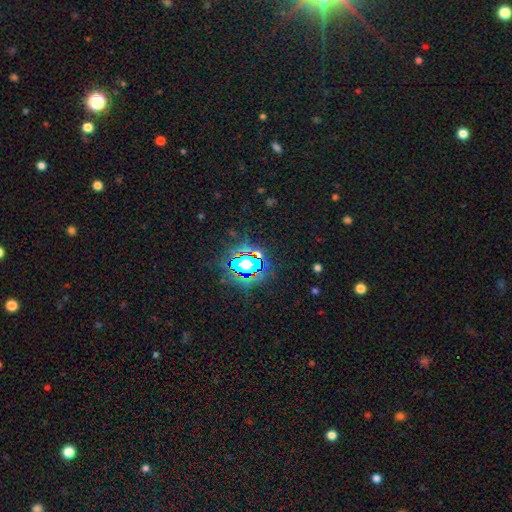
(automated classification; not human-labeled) Smooth or featured?
  - star or artifact: 68% *
  - smooth: 20%
  - featured or disk: 12%